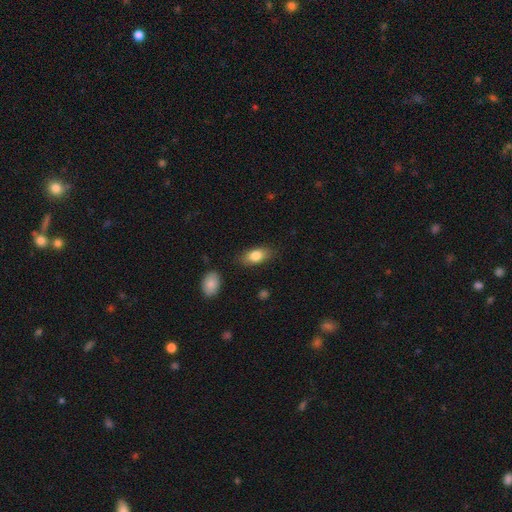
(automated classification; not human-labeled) Morphology: type=smooth (82%); roundness=in between (87%); merging=none (82%).